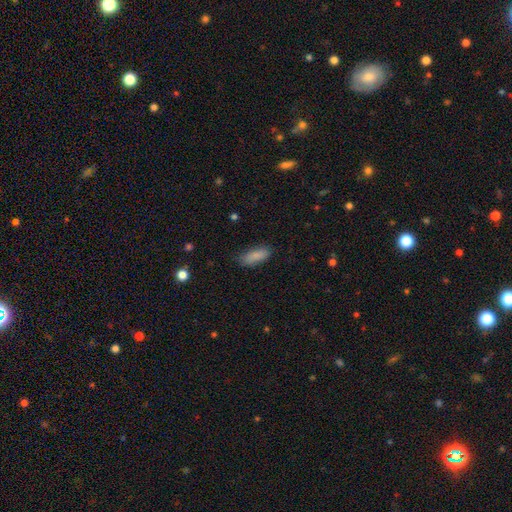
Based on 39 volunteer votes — Smooth or featured? smooth (90%)
How rounded? in between (83%)
Merging? none (82%)